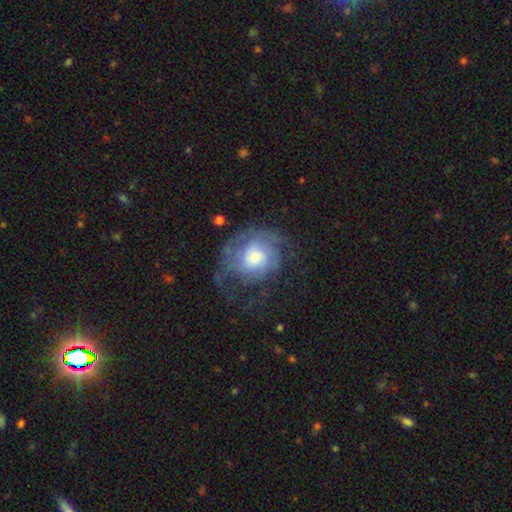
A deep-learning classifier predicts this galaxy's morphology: Q: Smooth or featured?
A: featured or disk (66%); runner-up: smooth (27%)
Q: Edge-on disk?
A: no (97%); runner-up: yes (3%)
Q: Bar?
A: no (74%); runner-up: weak (23%)
Q: Spiral arms?
A: yes (82%); runner-up: no (18%)
Q: Spiral winding?
A: tight (48%); runner-up: medium (35%)
Q: Spiral arm count?
A: can't tell (42%); runner-up: 2 (30%)
Q: Bulge size?
A: moderate (51%); runner-up: large (22%)
Q: Merging?
A: none (50%); runner-up: major disturbance (27%)